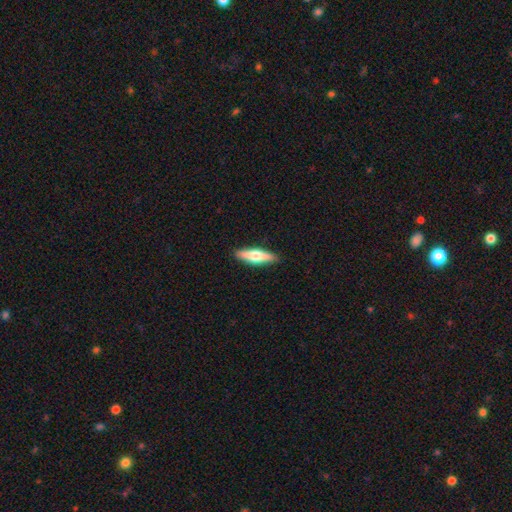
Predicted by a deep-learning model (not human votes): A smooth galaxy with no disk features (53%) that is cigar-shaped (64%).

Vote fractions:
- Smooth or featured? smooth: 53% / featured or disk: 41% / star or artifact: 5%
- How rounded? cigar-shaped: 64% / in between: 34% / round: 2%
- Merging? none: 90% / minor disturbance: 7% / major disturbance: 2% / merger: 1%